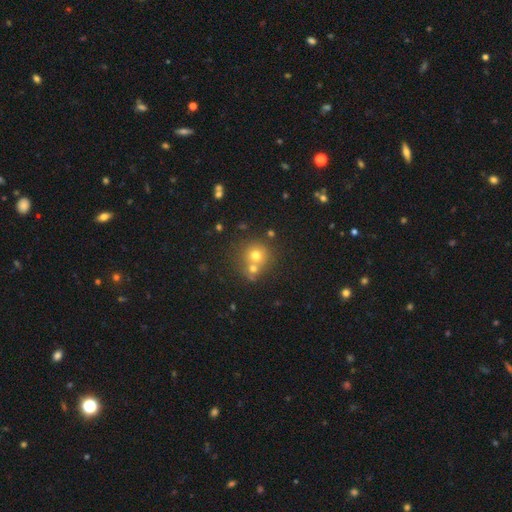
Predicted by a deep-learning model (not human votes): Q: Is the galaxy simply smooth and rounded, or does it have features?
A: smooth — 68%.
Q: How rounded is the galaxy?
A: round — 88%.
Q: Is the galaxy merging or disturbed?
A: none — 50%.